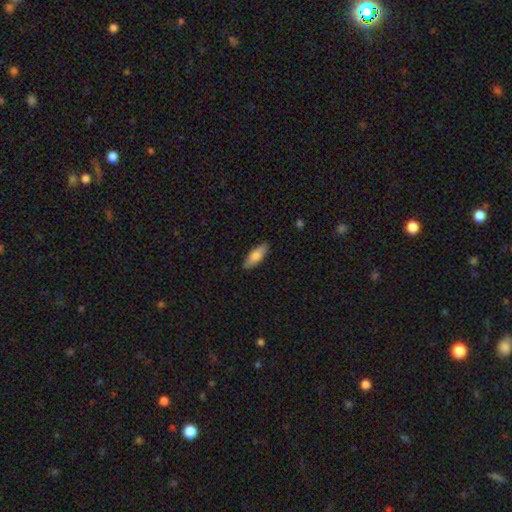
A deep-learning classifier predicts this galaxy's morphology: A smooth galaxy with no disk features (73%) that is in between round and cigar-shaped (65%). Merging: none (87%).